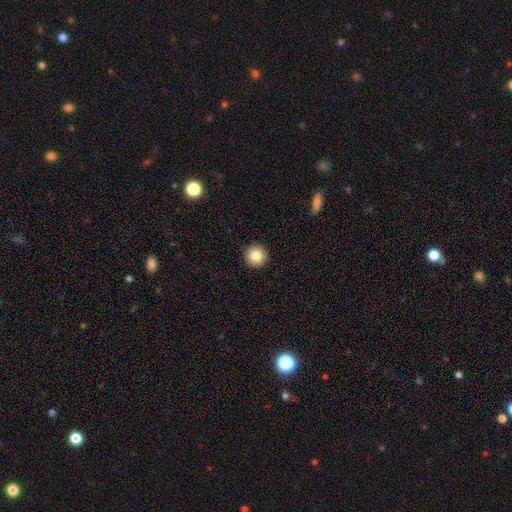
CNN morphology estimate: Smooth or featured? Predicted: smooth (p=0.85). How rounded? Predicted: round (p=0.96). Merging? Predicted: none (p=0.93).